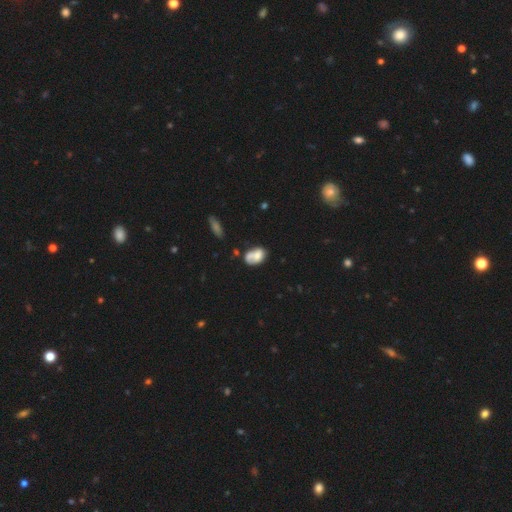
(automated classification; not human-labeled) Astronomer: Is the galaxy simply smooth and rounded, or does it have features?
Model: smooth — 64%.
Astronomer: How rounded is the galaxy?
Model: in between — 84%.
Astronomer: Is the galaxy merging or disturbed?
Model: none — 35% (runner-up: minor disturbance, 25%).